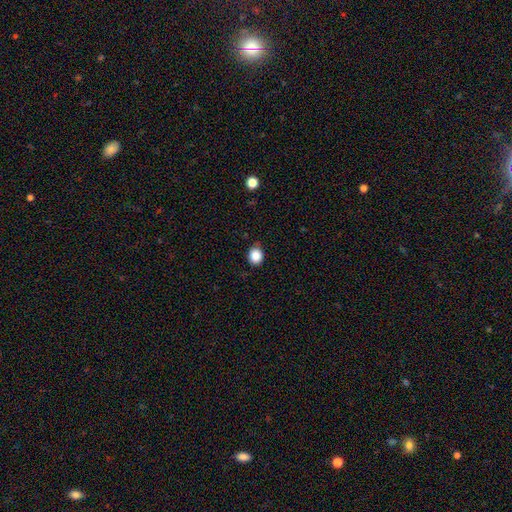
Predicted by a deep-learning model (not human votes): smooth_or_featured: smooth (p=0.87) [alt: star or artifact p=0.10]
how_rounded: round (p=0.67) [alt: in between p=0.32]
merging: none (p=0.81) [alt: minor disturbance p=0.15]